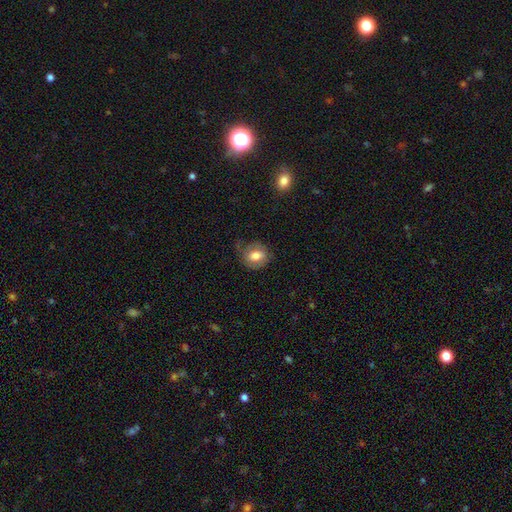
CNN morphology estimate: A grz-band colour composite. It shows a smooth galaxy with no disk features (66%) that is round (58%). Merging: none (57%).